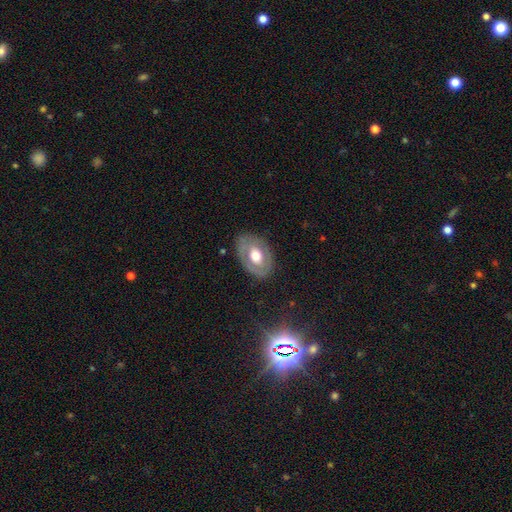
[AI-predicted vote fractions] smooth-or-featured: featured or disk: 53% | smooth: 41% | star or artifact: 6%
  disk-edge-on: no: 92% | yes: 8%
  merging: none: 78% | minor disturbance: 15% | major disturbance: 5% | merger: 1%